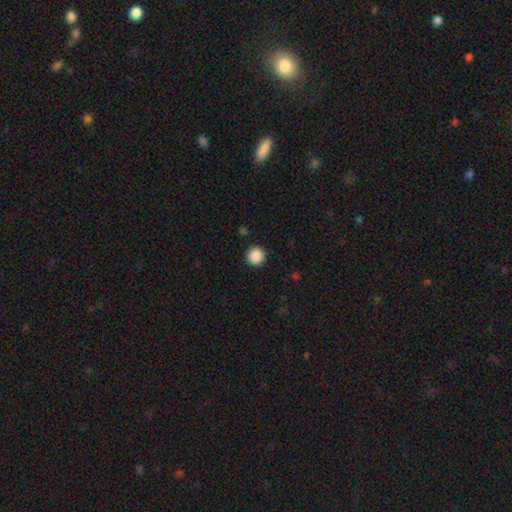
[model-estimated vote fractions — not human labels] Smooth or featured?
  - smooth: 88% *
  - star or artifact: 9%
  - featured or disk: 3%
How rounded?
  - round: 96% *
  - in between: 4%
  - cigar-shaped: 1%
Merging?
  - none: 92% *
  - minor disturbance: 5%
  - major disturbance: 2%
  - merger: 1%